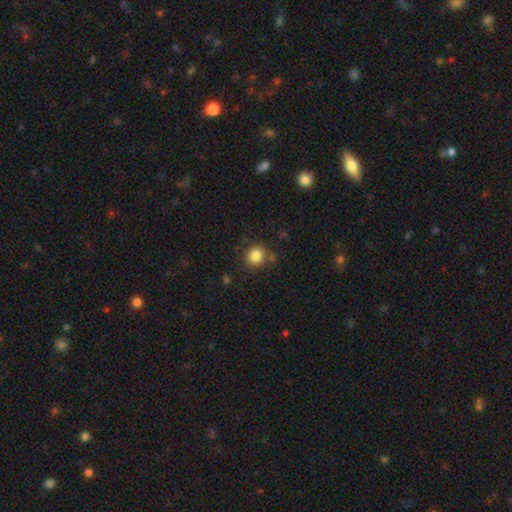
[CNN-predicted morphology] smooth 84%, star or artifact 11%, featured or disk 6%. Down the decision tree: how rounded — round (80%); merging — none (77%).